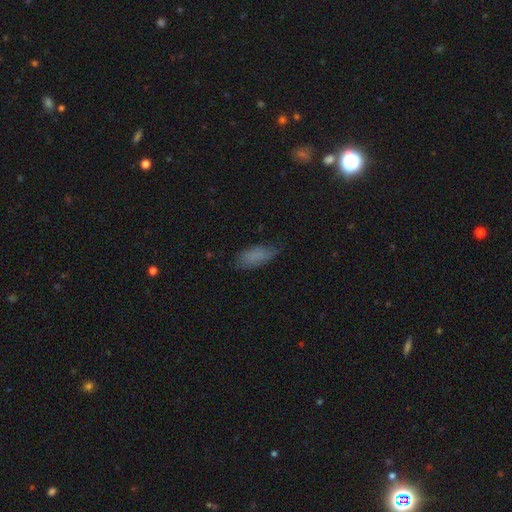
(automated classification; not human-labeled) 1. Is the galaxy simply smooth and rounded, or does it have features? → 79% smooth, 12% featured or disk, 10% star or artifact.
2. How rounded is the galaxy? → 77% in between, 20% cigar-shaped, 2% round.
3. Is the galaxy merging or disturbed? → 68% none, 24% minor disturbance, 7% major disturbance, 2% merger.